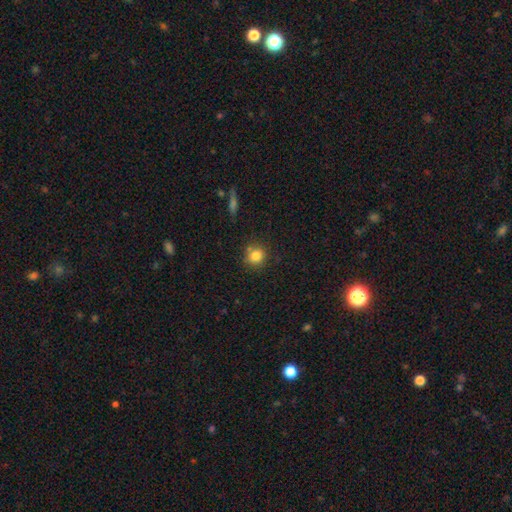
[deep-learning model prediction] smooth-or-featured: smooth: 82% | star or artifact: 11% | featured or disk: 7%
  how-rounded: round: 86% | in between: 13% | cigar-shaped: 1%
  merging: none: 76% | minor disturbance: 13% | merger: 7% | major disturbance: 3%